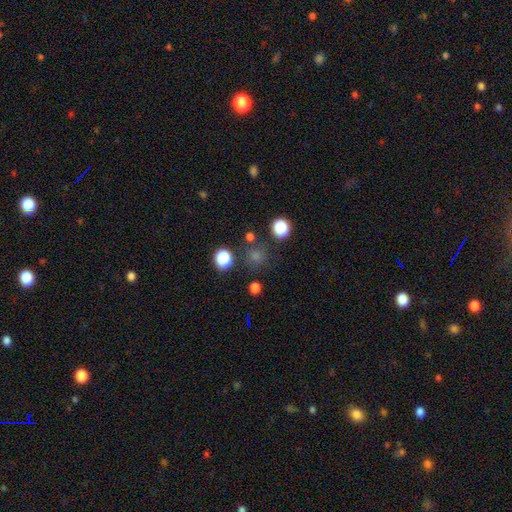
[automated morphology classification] Q: Smooth or featured?
A: smooth (59%); runner-up: star or artifact (34%)
Q: How rounded?
A: round (91%); runner-up: in between (8%)
Q: Merging?
A: none (81%); runner-up: minor disturbance (8%)